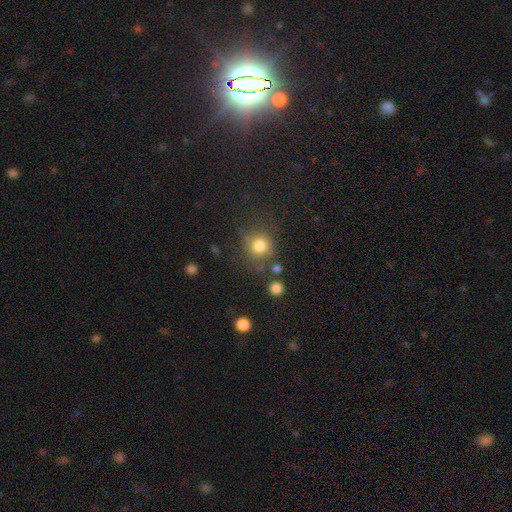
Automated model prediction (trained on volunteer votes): Smooth or featured? smooth (47%)
Merging? none (82%)